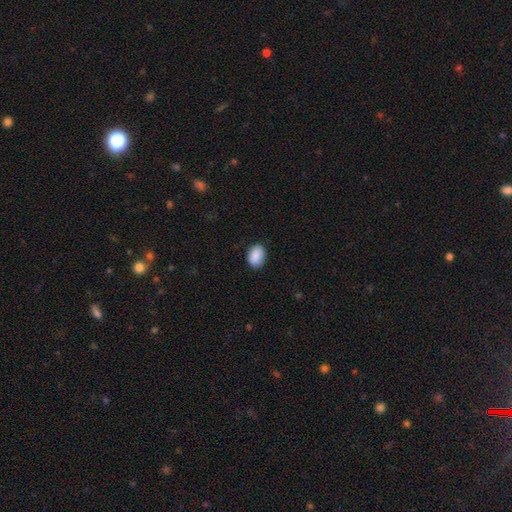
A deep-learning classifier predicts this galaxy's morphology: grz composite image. It shows a smooth galaxy with no disk features (90%) that is in between round and cigar-shaped (80%). Merging: none (85%).